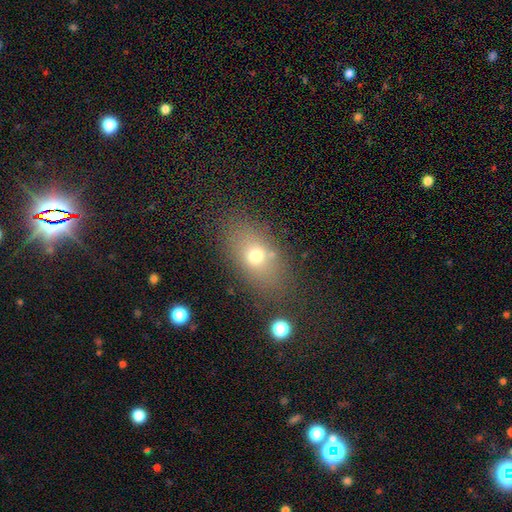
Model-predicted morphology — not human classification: Smooth or featured? smooth (68%)
How rounded? in between (77%)
Merging? none (76%)